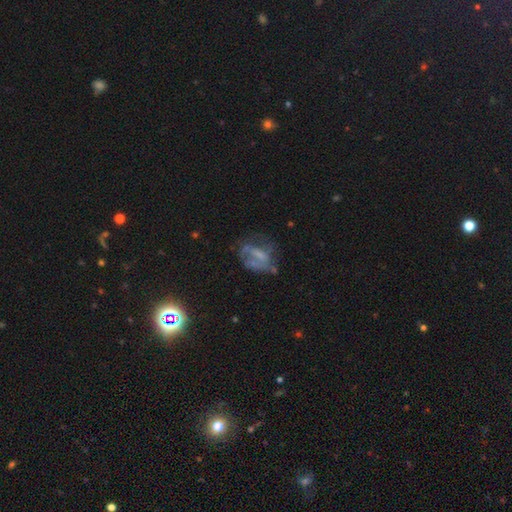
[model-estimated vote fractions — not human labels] Smooth or featured: featured or disk — 51% (smooth — 25%)
Edge-on disk: no — 94% (yes — 6%)
Merging: none — 46% (major disturbance — 28%)